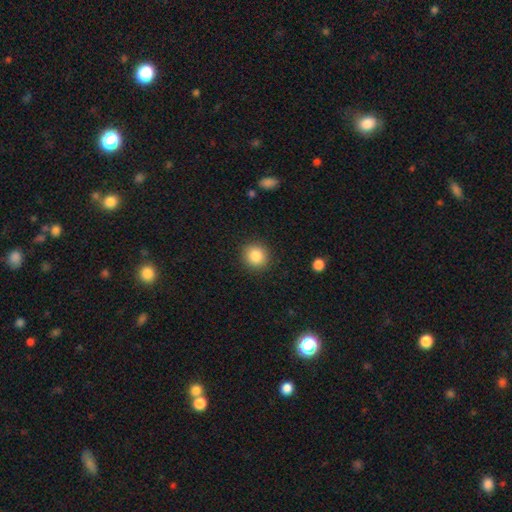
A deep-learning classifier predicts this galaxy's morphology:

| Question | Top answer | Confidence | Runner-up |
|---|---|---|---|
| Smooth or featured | smooth | 86% | star or artifact (9%) |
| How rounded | round | 88% | in between (12%) |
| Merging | none | 90% | minor disturbance (7%) |